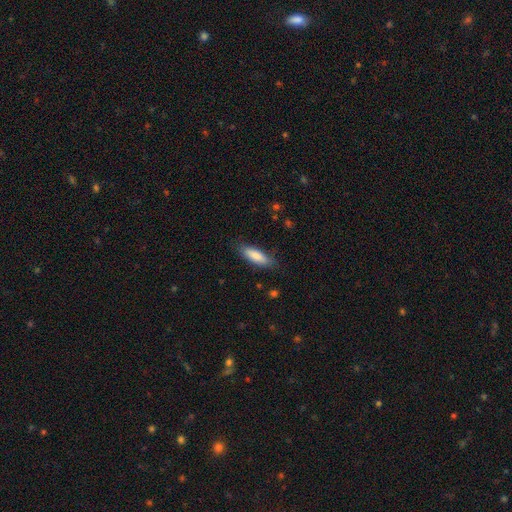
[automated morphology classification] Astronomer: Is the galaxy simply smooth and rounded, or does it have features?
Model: smooth — 85%.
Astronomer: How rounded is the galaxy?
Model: in between — 51% (runner-up: cigar-shaped, 48%).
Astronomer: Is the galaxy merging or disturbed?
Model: none — 81%.